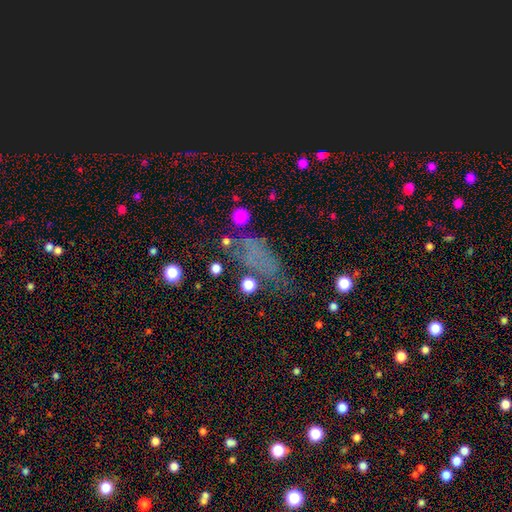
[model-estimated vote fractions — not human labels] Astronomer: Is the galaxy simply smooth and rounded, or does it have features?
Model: star or artifact — 45% (runner-up: smooth, 39%).